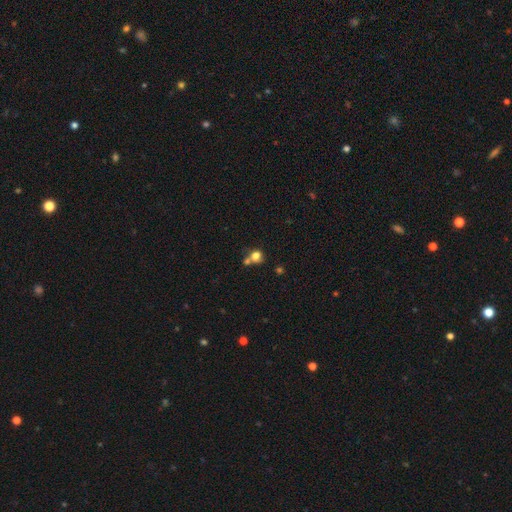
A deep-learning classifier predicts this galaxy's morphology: Overall: smooth (76%). How rounded: round (78%). Merging: merger (42%; none 41%).